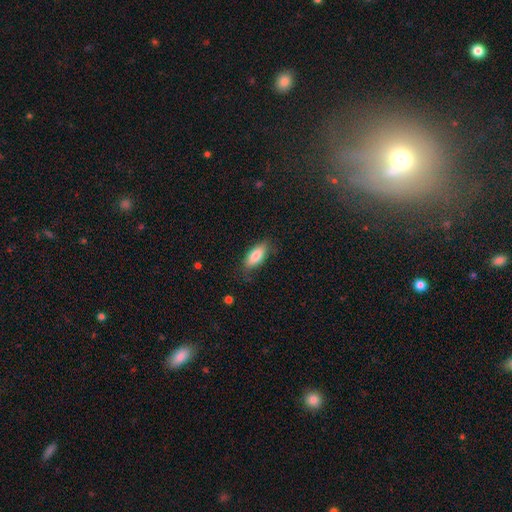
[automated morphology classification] smooth-or-featured: smooth: 82% | featured or disk: 12% | star or artifact: 6%
  how-rounded: in between: 79% | cigar-shaped: 19% | round: 2%
  merging: none: 76% | minor disturbance: 19% | major disturbance: 4% | merger: 1%